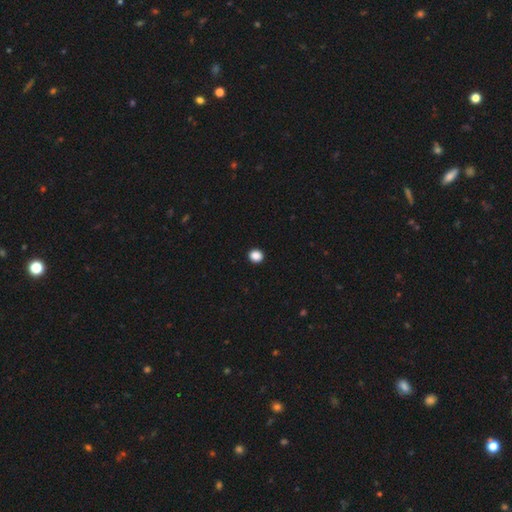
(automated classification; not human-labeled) smooth 88%, star or artifact 10%, featured or disk 2%. Down the decision tree: how rounded — round (88%); merging — none (94%).